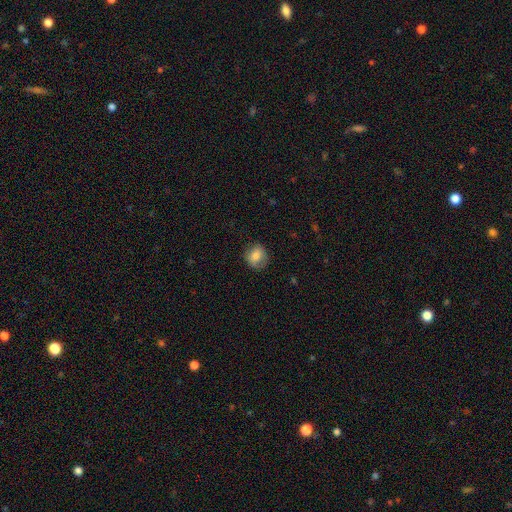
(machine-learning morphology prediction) Smooth or featured?
  - smooth: 77% *
  - featured or disk: 14%
  - star or artifact: 9%
How rounded?
  - round: 73% *
  - in between: 26%
  - cigar-shaped: 1%
Merging?
  - none: 78% *
  - minor disturbance: 16%
  - major disturbance: 5%
  - merger: 1%